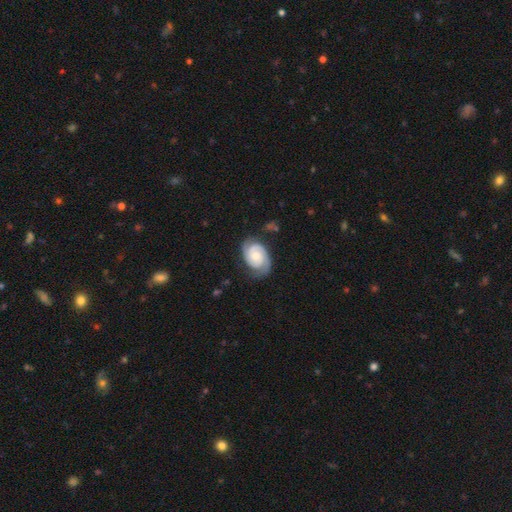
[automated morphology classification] A featured or disk galaxy (87%) with no bar (67%), 2 (87%) tight (62%) spiral arms (98%) and a moderate central bulge (46%).

Vote fractions:
- Smooth or featured? featured or disk: 87% / smooth: 9% / star or artifact: 5%
- Edge-on disk? no: 98% / yes: 2%
- Bar? no: 67% / weak: 27% / strong: 6%
- Spiral arms? yes: 98% / no: 2%
- Spiral winding? tight: 62% / medium: 31% / loose: 6%
- Spiral arm count? 2: 87% / can't tell: 4% / 3: 4% / 1: 3% / 4: 1% / more than 4: 1%
- Bulge size? moderate: 46% / small: 42% / none: 6% / large: 5% / dominant: 1%
- Merging? none: 74% / minor disturbance: 18% / major disturbance: 6% / merger: 2%